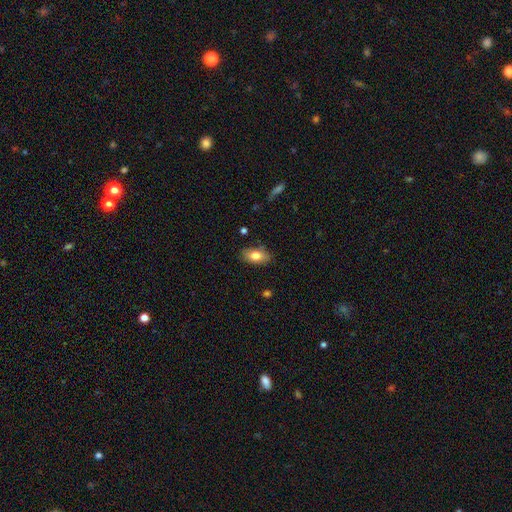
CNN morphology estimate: Smooth or featured? Predicted: smooth (p=0.78). How rounded? Predicted: in between (p=0.90). Merging? Predicted: none (p=0.82).